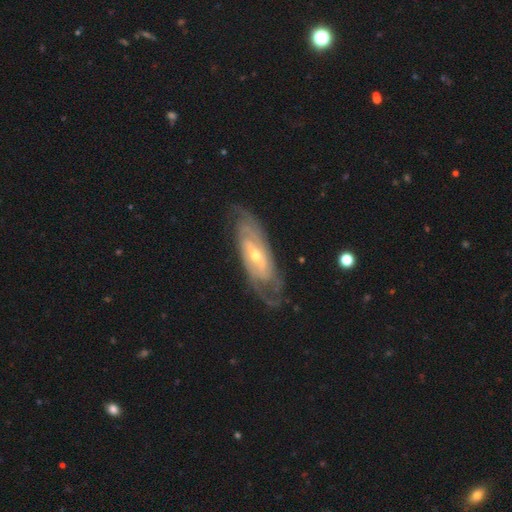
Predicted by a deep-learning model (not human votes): Morphology: type=featured or disk (85%); edge-on=no (87%); bar=weak (39%); spiral arms=yes (92%); winding=tight (60%); arm count=2 (40%); bulge=small (53%); merging=none (74%).